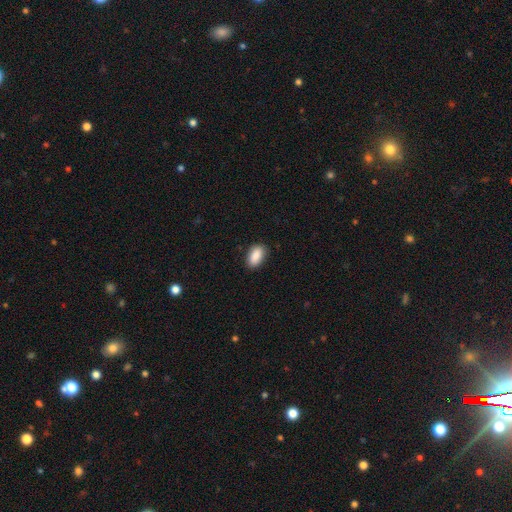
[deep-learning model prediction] smooth_or_featured: smooth (p=0.89) [alt: star or artifact p=0.07]
how_rounded: in between (p=0.92) [alt: round p=0.05]
merging: none (p=0.85) [alt: minor disturbance p=0.11]